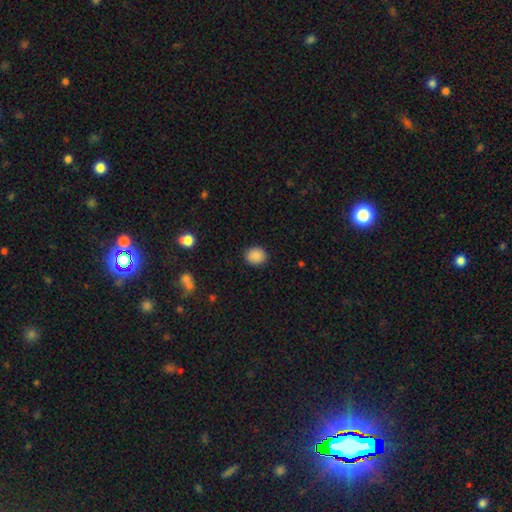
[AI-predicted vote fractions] smooth 88%, star or artifact 9%, featured or disk 3%. Down the decision tree: how rounded — round (74%); merging — none (89%).